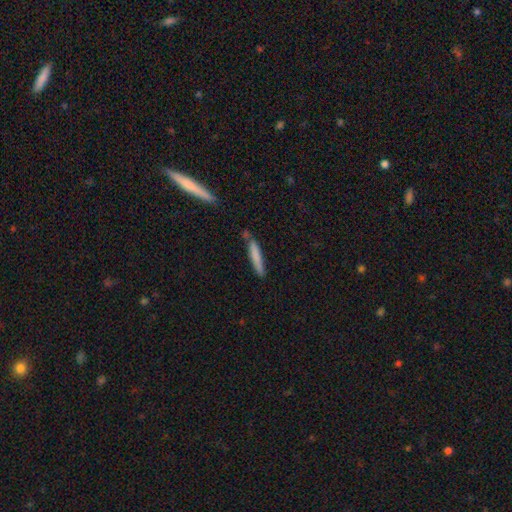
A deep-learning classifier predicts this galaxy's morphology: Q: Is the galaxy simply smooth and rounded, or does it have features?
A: smooth — 76%.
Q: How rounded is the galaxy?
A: cigar-shaped — 93%.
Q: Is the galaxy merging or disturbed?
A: none — 74%.